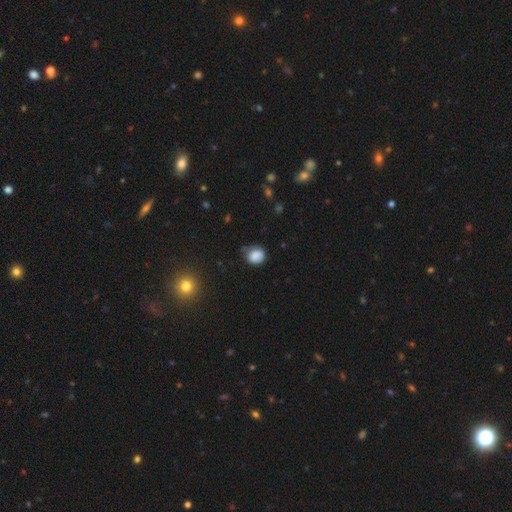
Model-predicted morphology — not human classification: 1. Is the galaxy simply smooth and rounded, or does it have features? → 84% smooth, 10% star or artifact, 7% featured or disk.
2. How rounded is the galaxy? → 75% round, 24% in between, 1% cigar-shaped.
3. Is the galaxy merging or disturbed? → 66% none, 26% minor disturbance, 6% major disturbance, 2% merger.